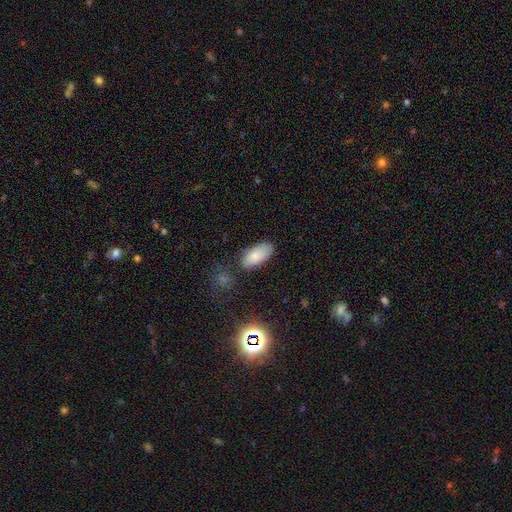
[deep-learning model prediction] Smooth or featured: smooth — 82% (featured or disk — 10%)
How rounded: in between — 93% (cigar-shaped — 4%)
Merging: none — 74% (minor disturbance — 18%)